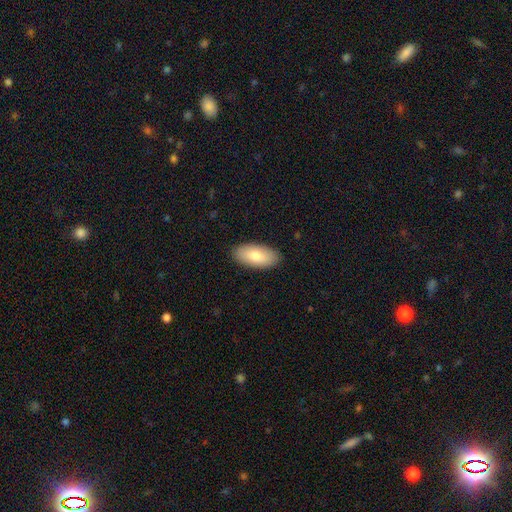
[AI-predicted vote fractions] A smooth galaxy with no disk features (79%) that is in between round and cigar-shaped (92%).

Vote fractions:
- Smooth or featured? smooth: 79% / featured or disk: 15% / star or artifact: 6%
- How rounded? in between: 92% / cigar-shaped: 5% / round: 2%
- Merging? none: 89% / minor disturbance: 8% / major disturbance: 2% / merger: 1%